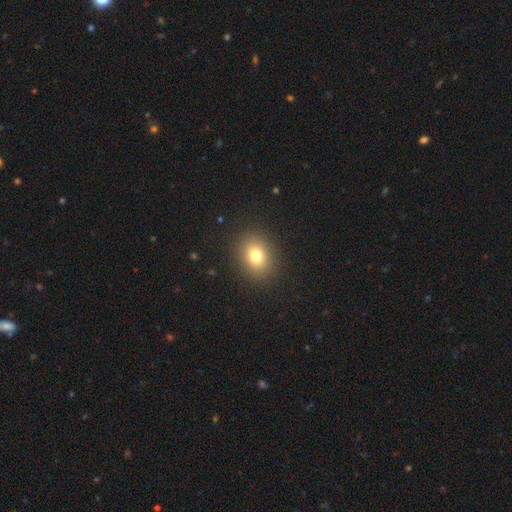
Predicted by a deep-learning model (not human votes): smooth-or-featured: smooth: 77% | star or artifact: 13% | featured or disk: 10%
  how-rounded: round: 52% | in between: 47% | cigar-shaped: 1%
  merging: none: 89% | minor disturbance: 7% | major disturbance: 3% | merger: 1%